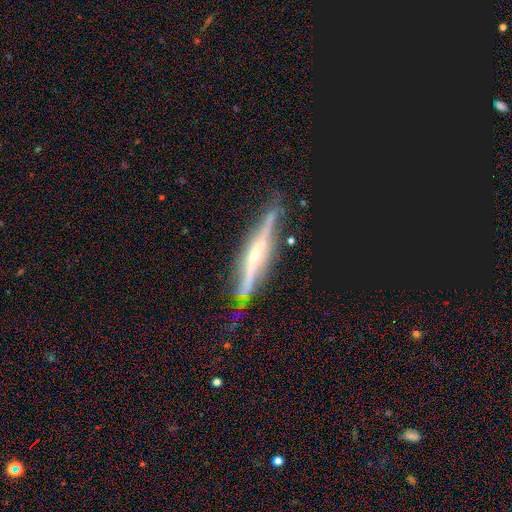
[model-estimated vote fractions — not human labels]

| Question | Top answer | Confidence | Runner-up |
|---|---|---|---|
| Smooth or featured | featured or disk | 81% | smooth (12%) |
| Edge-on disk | yes | 94% | no (6%) |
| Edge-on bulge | rounded | 61% | none (25%) |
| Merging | none | 68% | minor disturbance (23%) |